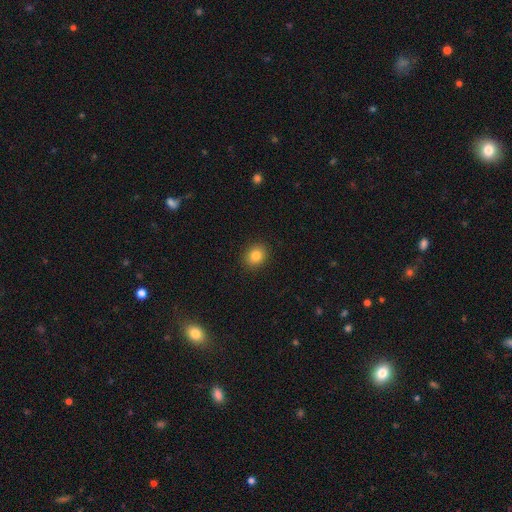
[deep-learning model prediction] Smooth or featured?
  - smooth: 83% *
  - star or artifact: 11%
  - featured or disk: 6%
How rounded?
  - round: 69% *
  - in between: 31%
  - cigar-shaped: 1%
Merging?
  - none: 91% *
  - minor disturbance: 6%
  - major disturbance: 2%
  - merger: 1%